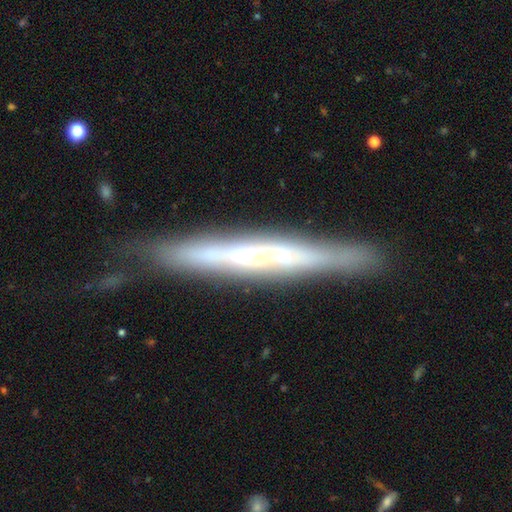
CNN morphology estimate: Smooth or featured?
  - featured or disk: 73% *
  - smooth: 20%
  - star or artifact: 6%
Edge-on disk?
  - yes: 86% *
  - no: 14%
Edge-on bulge?
  - none: 55% *
  - rounded: 35%
  - boxy: 10%
Merging?
  - none: 71% *
  - minor disturbance: 18%
  - major disturbance: 5%
  - merger: 5%